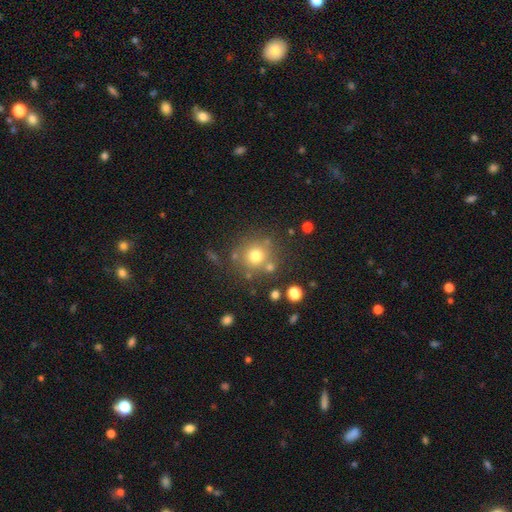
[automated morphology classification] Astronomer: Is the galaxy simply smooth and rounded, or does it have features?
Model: smooth — 72%.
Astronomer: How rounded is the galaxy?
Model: round — 91%.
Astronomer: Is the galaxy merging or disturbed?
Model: none — 75%.